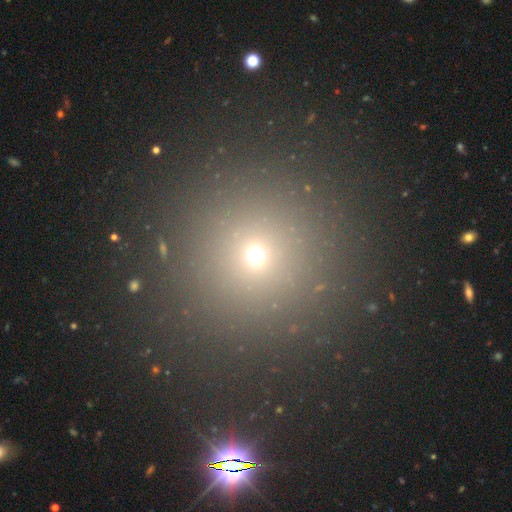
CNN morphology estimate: smooth_or_featured: smooth (p=0.64) [alt: star or artifact p=0.28]
how_rounded: round (p=0.91) [alt: in between p=0.08]
merging: none (p=0.88) [alt: minor disturbance p=0.07]